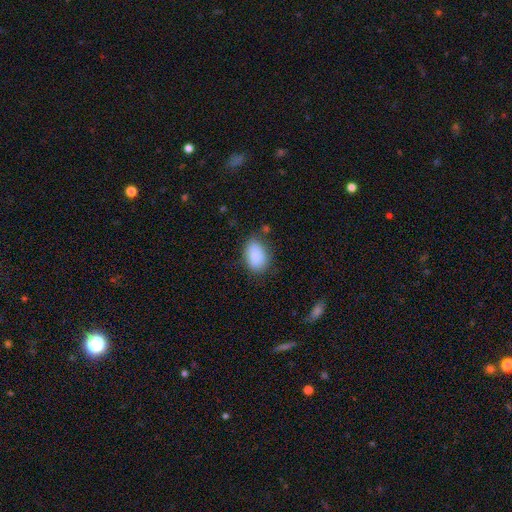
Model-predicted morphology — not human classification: This appears to be a smooth galaxy with no disk features (88%) that is in between round and cigar-shaped (87%). Merging: none (71%).